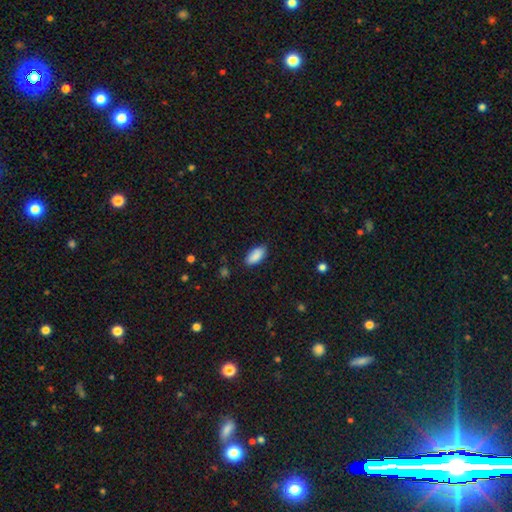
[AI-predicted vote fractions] Q: Smooth or featured?
A: smooth (89%); runner-up: star or artifact (7%)
Q: How rounded?
A: in between (92%); runner-up: cigar-shaped (6%)
Q: Merging?
A: none (85%); runner-up: minor disturbance (11%)